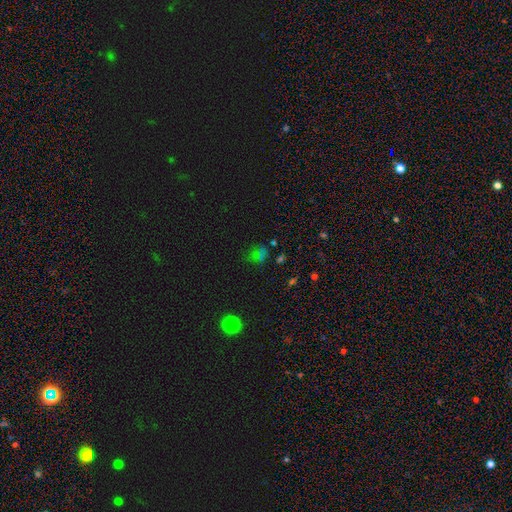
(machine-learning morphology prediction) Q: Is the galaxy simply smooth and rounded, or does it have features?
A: star or artifact — 48%.